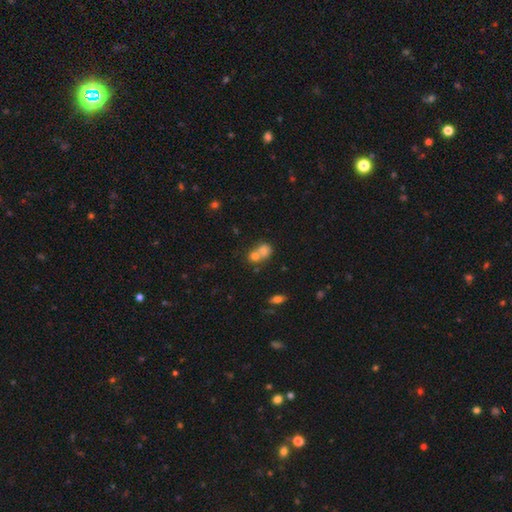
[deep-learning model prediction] Overall: smooth (72%). How rounded: round (68%; in between 31%). Merging: merger (66%).